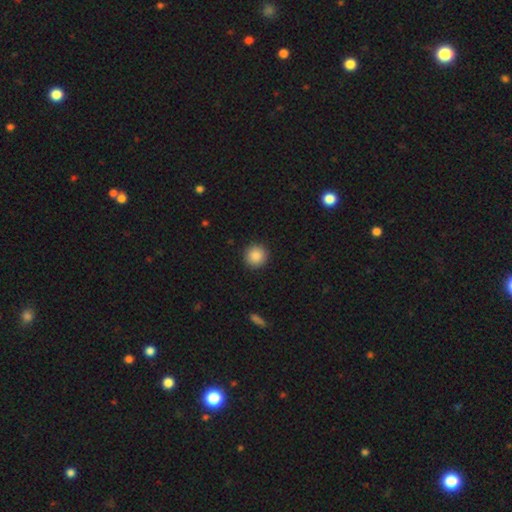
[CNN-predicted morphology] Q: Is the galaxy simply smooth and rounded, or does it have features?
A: smooth — 88%.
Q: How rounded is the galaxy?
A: round — 95%.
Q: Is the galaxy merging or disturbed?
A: none — 92%.